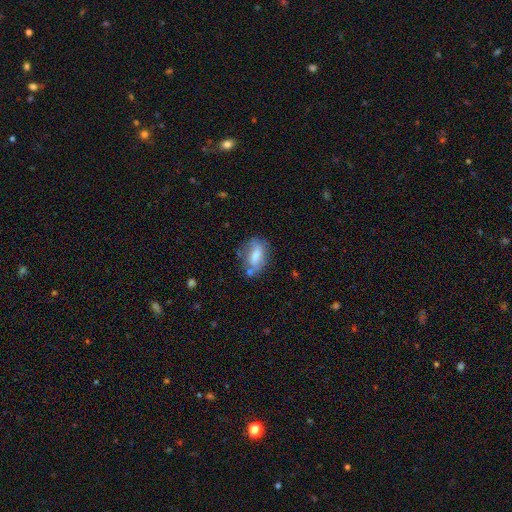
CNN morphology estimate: type=smooth (65%); roundness=in between (83%); merging=none (56%).